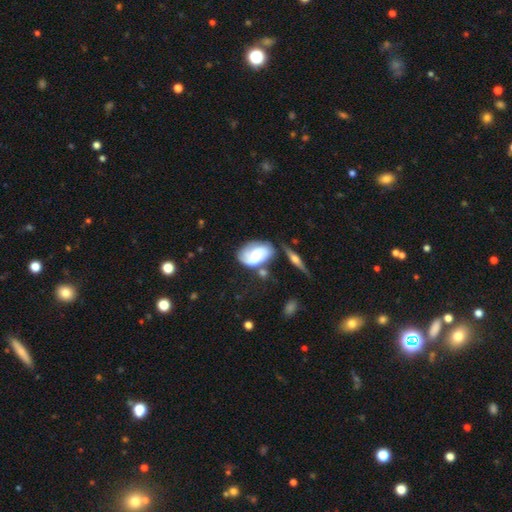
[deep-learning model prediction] smooth-or-featured: featured or disk: 63% | smooth: 30% | star or artifact: 7%
  disk-edge-on: no: 95% | yes: 5%
    bar: no: 57% | weak: 35% | strong: 8%
    has-spiral-arms: yes: 88% | no: 12%
      spiral-winding: medium: 42% | tight: 32% | loose: 26%
      spiral-arm-count: 2: 68% | can't tell: 15% | 3: 7% | 1: 7% | 4: 2% | more than 4: 1%
    bulge-size: moderate: 42% | small: 38% | none: 9% | large: 8% | dominant: 2%
  merging: none: 50% | minor disturbance: 22% | merger: 18% | major disturbance: 10%